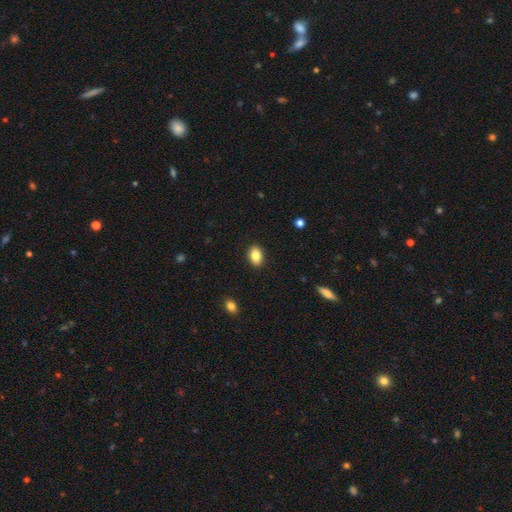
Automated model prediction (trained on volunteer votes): Smooth or featured: smooth — 85% (star or artifact — 8%)
How rounded: in between — 85% (round — 14%)
Merging: none — 90% (minor disturbance — 7%)